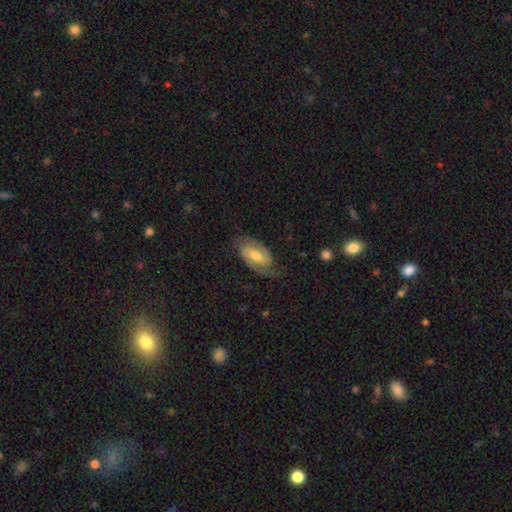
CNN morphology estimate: Overall: featured or disk (80%). Edge-on disk: no (96%). Bar: weak (47%; no 27%). Spiral arms: yes (94%). Spiral arm count: 2 (88%). Spiral winding: medium (46%; tight 37%). Bulge size: moderate (66%). Merging: none (74%).